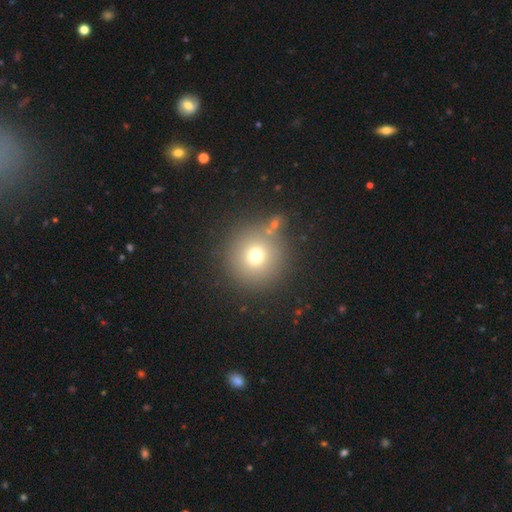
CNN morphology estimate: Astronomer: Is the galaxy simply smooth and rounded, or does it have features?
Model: smooth — 72%.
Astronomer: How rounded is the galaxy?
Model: round — 95%.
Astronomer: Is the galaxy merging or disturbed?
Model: none — 81%.